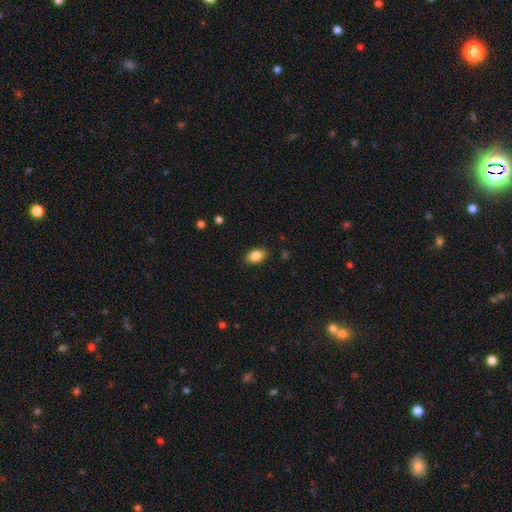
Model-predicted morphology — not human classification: A smooth galaxy with no disk features (84%) that is in between round and cigar-shaped (85%). Merging: none (85%).